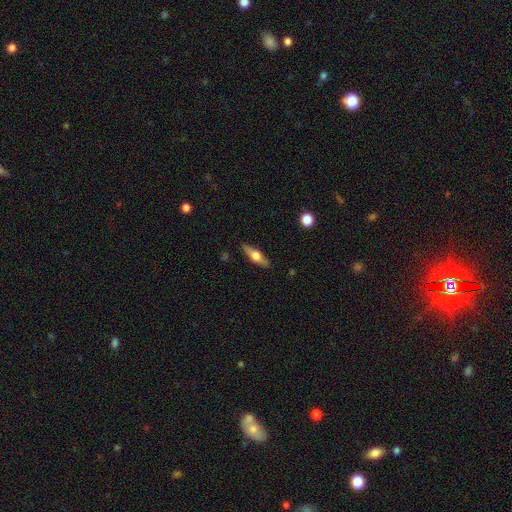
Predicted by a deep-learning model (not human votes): This appears to be a featured or disk galaxy (56%) viewed edge-on (93%) with a rounded central bulge (94%). Merging: none (88%).